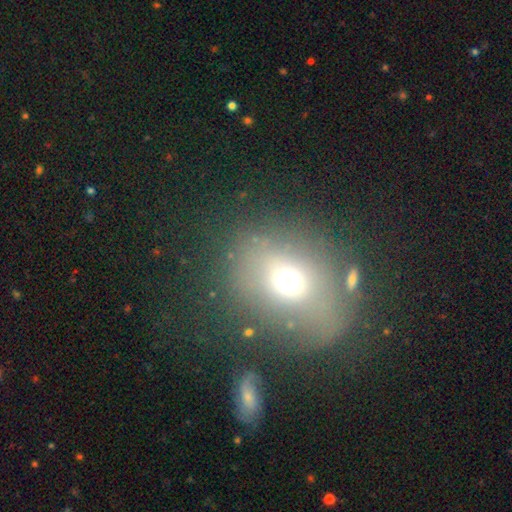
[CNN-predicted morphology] A smooth galaxy with no disk features (54%) that is in between round and cigar-shaped (50%). Merging: none (65%).